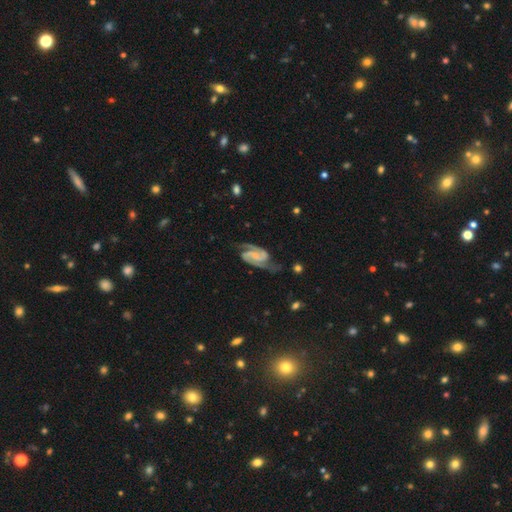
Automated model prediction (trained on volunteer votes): A featured or disk galaxy (92%) with a weak bar (42%), 2 (92%) medium (57%) spiral arms (98%) and a small central bulge (63%).

Vote fractions:
- Smooth or featured? featured or disk: 92% / star or artifact: 4% / smooth: 4%
- Edge-on disk? no: 98% / yes: 2%
- Bar? weak: 42% / no: 37% / strong: 21%
- Spiral arms? yes: 98% / no: 2%
- Spiral winding? medium: 57% / tight: 29% / loose: 15%
- Spiral arm count? 2: 92% / 3: 3% / can't tell: 2% / 1: 1% / 4: 1% / more than 4: 1%
- Bulge size? small: 63% / moderate: 25% / none: 10% / large: 2% / dominant: 1%
- Merging? none: 71% / minor disturbance: 19% / major disturbance: 8% / merger: 2%